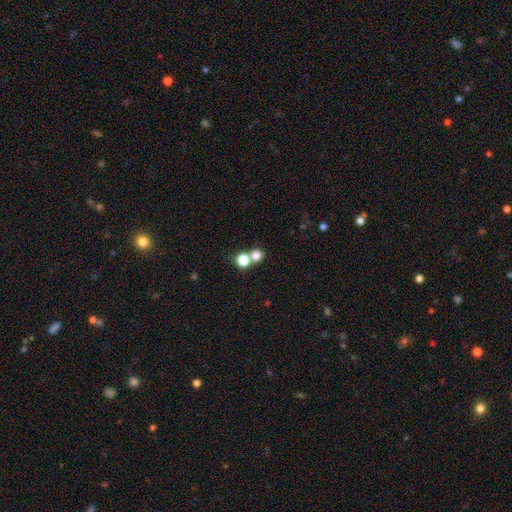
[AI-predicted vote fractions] A smooth galaxy with no disk features (77%) that is round (84%). Merging: none (51%).